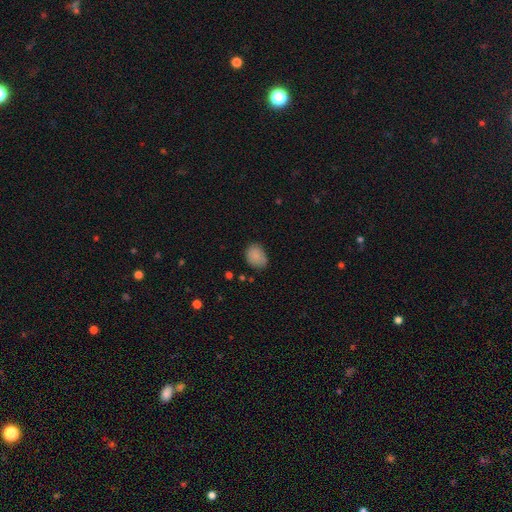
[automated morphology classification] Smooth or featured? smooth (86%)
How rounded? in between (61%)
Merging? none (69%)